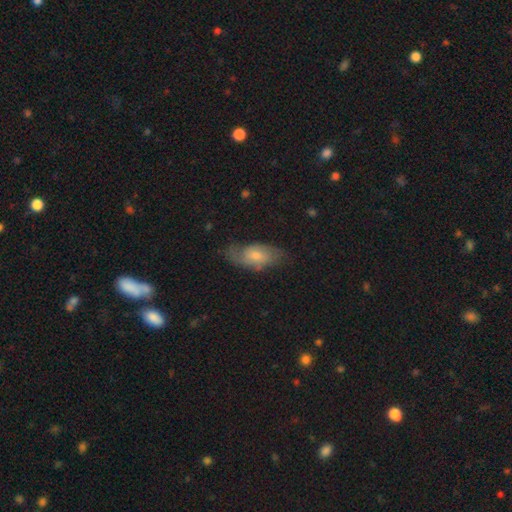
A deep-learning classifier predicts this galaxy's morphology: A smooth galaxy with no disk features (57%) that is in between round and cigar-shaped (90%). Merging: none (58%).